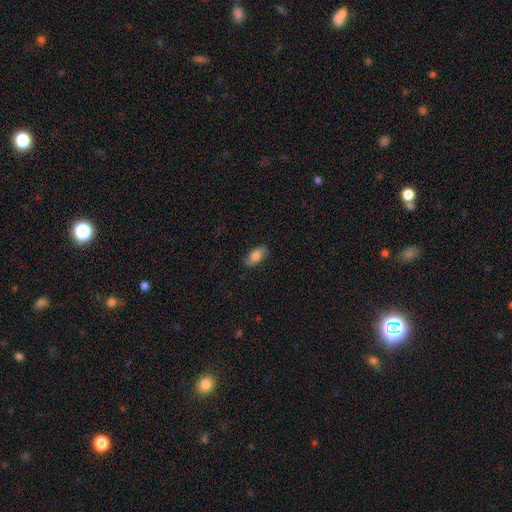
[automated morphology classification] Q: Smooth or featured?
A: smooth (72%); runner-up: featured or disk (21%)
Q: How rounded?
A: in between (88%); runner-up: cigar-shaped (8%)
Q: Merging?
A: none (82%); runner-up: minor disturbance (14%)